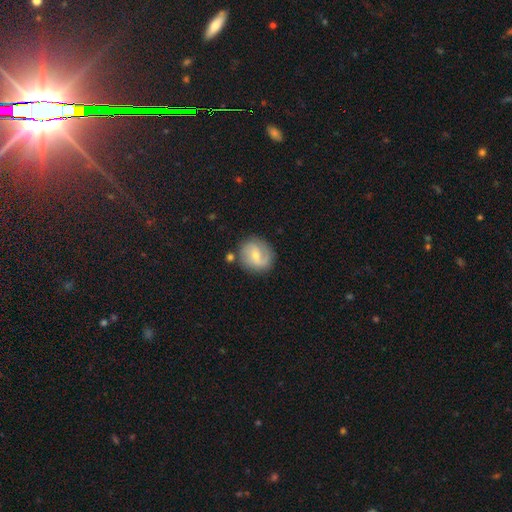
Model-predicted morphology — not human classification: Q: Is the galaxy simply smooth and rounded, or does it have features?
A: featured or disk — 62%.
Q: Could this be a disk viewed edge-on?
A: no — 97%.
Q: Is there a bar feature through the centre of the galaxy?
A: weak — 52%.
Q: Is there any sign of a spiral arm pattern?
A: yes — 87%.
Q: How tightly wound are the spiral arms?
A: medium — 44%.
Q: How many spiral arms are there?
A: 2 — 74%.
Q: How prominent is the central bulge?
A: moderate — 48%.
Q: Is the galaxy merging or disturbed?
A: none — 77%.